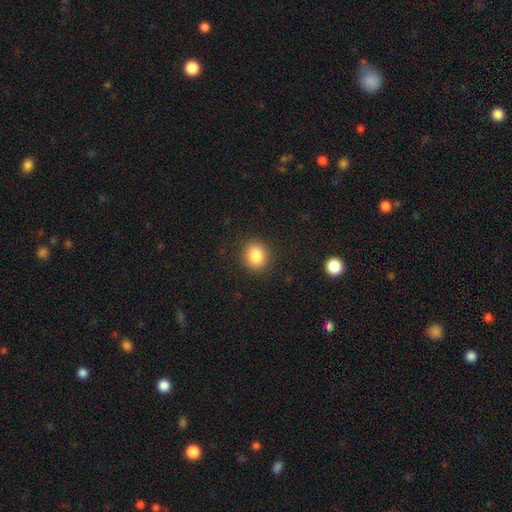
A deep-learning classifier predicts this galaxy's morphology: smooth_or_featured: smooth (p=0.87) [alt: star or artifact p=0.09]
how_rounded: round (p=0.67) [alt: in between p=0.32]
merging: none (p=0.89) [alt: minor disturbance p=0.08]